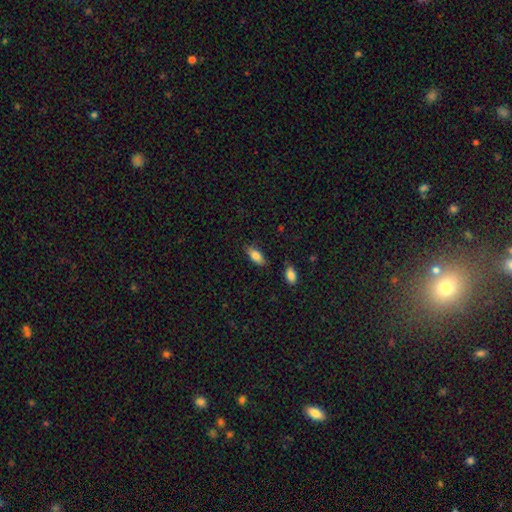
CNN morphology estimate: Smooth or featured: smooth — 80% (featured or disk — 13%)
How rounded: in between — 84% (cigar-shaped — 14%)
Merging: none — 80% (minor disturbance — 14%)